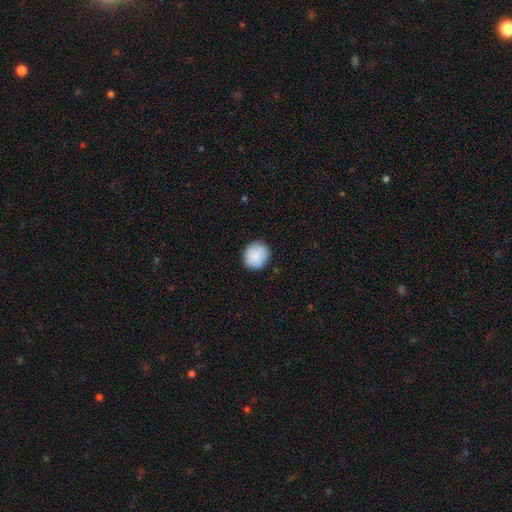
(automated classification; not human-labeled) smooth 89%, star or artifact 7%, featured or disk 4%. Down the decision tree: how rounded — round (86%); merging — none (88%).